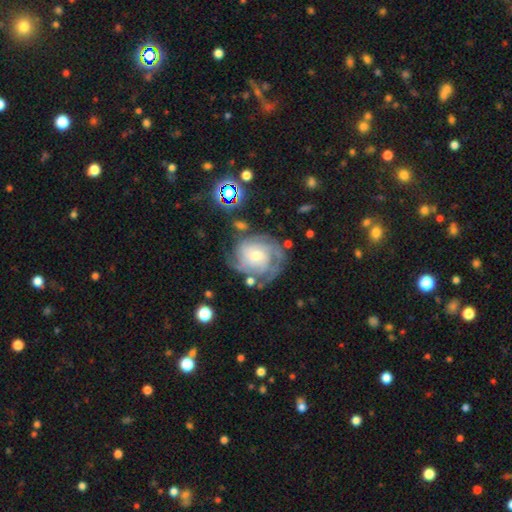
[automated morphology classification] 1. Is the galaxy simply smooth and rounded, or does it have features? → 84% featured or disk, 10% smooth, 6% star or artifact.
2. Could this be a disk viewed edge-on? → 98% no, 2% yes.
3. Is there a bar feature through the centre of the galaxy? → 68% no, 27% weak, 5% strong.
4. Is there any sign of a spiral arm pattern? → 96% yes, 4% no.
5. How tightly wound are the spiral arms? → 67% tight, 27% medium, 6% loose.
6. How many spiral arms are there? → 30% can't tell, 26% 3, 17% 4, 15% 2, 7% more than 4, 6% 1.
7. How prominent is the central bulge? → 54% moderate, 38% small, 5% large, 2% none, 1% dominant.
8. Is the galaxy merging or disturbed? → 66% none, 19% minor disturbance, 10% major disturbance, 5% merger.